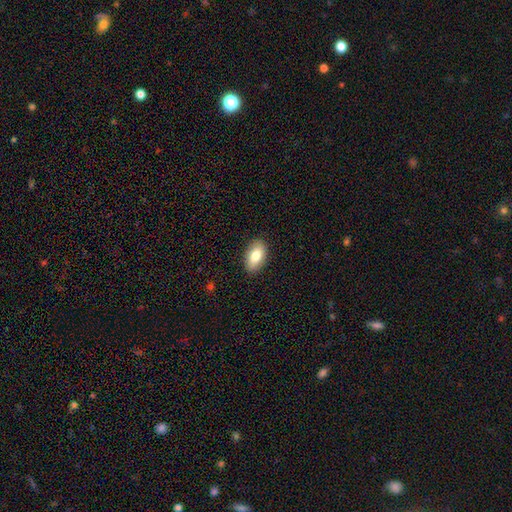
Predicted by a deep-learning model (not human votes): smooth_or_featured: smooth (p=0.80) [alt: featured or disk p=0.13]
how_rounded: in between (p=0.93) [alt: round p=0.05]
merging: none (p=0.89) [alt: minor disturbance p=0.09]